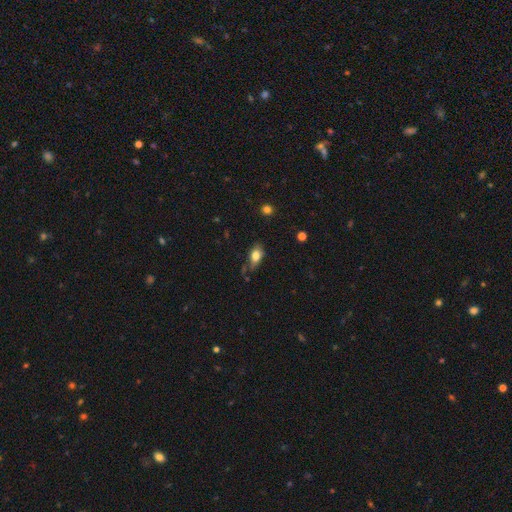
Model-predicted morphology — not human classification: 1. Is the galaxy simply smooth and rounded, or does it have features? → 78% smooth, 13% featured or disk, 9% star or artifact.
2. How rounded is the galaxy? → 84% in between, 11% round, 5% cigar-shaped.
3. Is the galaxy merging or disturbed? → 59% none, 29% minor disturbance, 8% major disturbance, 4% merger.